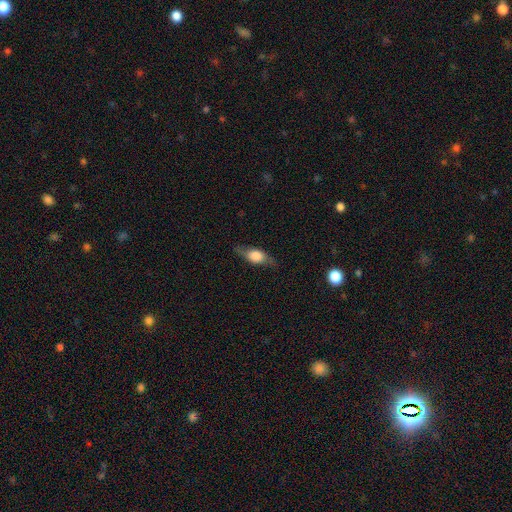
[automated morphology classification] type=smooth (51%); roundness=in between (68%); merging=none (72%).